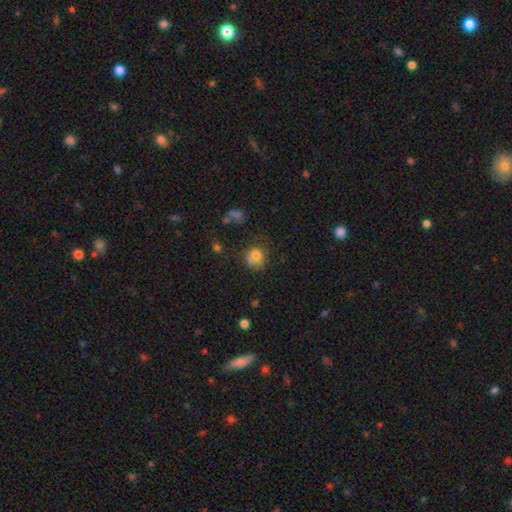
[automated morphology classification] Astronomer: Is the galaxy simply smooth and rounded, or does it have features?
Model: smooth — 75%.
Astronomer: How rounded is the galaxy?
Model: round — 73%.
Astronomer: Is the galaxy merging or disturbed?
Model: none — 48% (runner-up: minor disturbance, 24%).